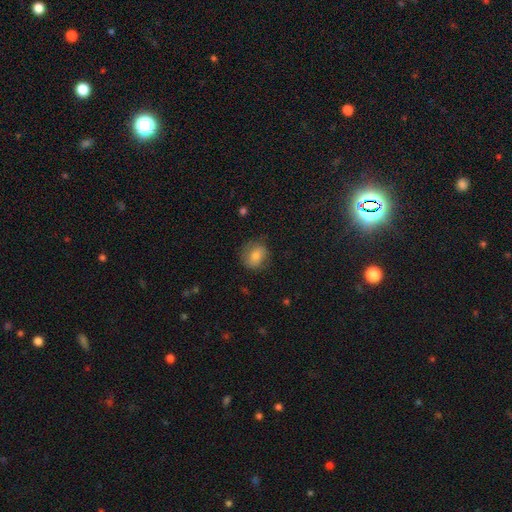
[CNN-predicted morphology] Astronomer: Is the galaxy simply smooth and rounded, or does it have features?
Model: smooth — 73%.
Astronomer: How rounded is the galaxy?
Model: round — 61% (runner-up: in between, 38%).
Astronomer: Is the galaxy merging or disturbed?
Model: none — 75%.